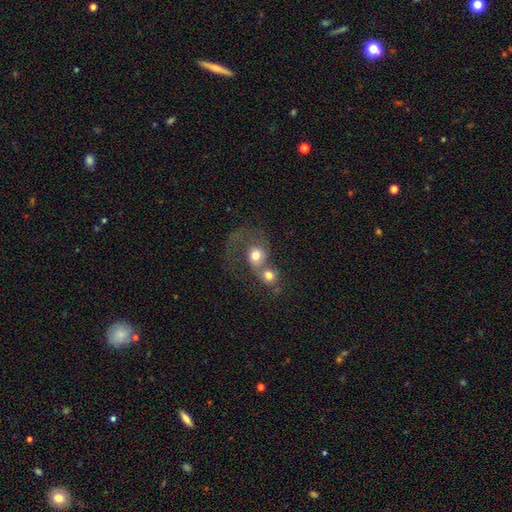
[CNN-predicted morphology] Smooth or featured? Predicted: smooth (p=0.60). How rounded? Predicted: round (p=0.73). Merging? Predicted: merger (p=0.72).